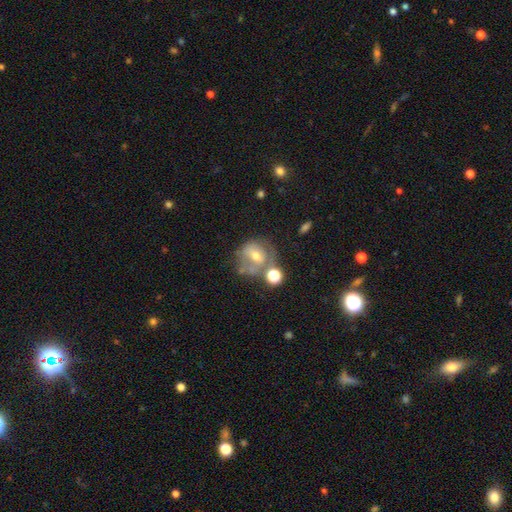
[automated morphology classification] Q: Smooth or featured?
A: featured or disk (44%); runner-up: smooth (43%)
Q: Merging?
A: none (39%); runner-up: merger (23%)